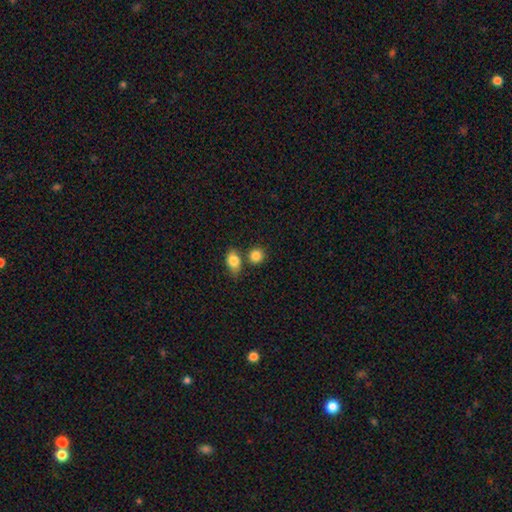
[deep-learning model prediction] smooth-or-featured: smooth: 85% | star or artifact: 9% | featured or disk: 6%
  how-rounded: round: 78% | in between: 21% | cigar-shaped: 1%
  merging: none: 64% | merger: 22% | minor disturbance: 11% | major disturbance: 3%